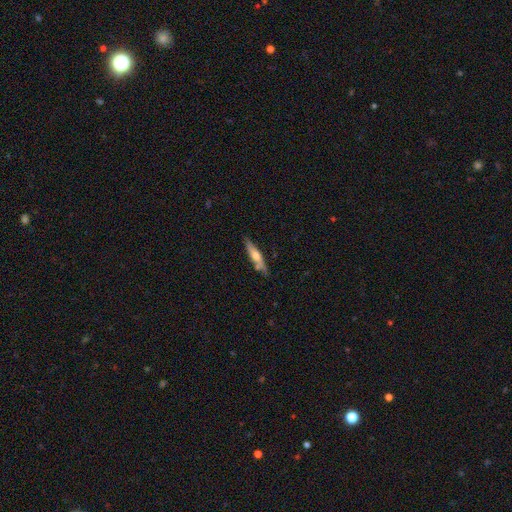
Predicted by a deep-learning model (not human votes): featured or disk 47% (tied), smooth 47% (tied), star or artifact 6%. Down the decision tree: merging — none (78%).